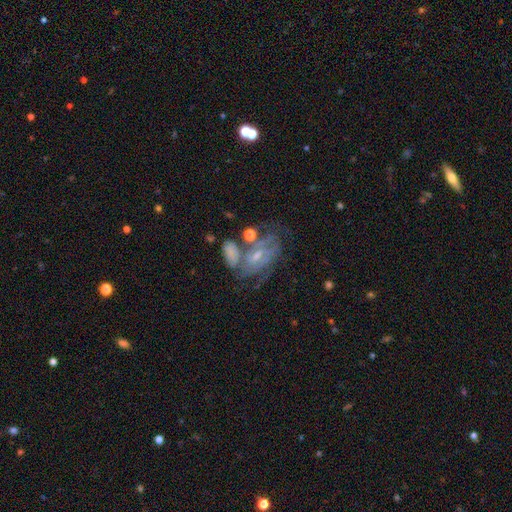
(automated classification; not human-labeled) Morphology: type=featured or disk (71%); edge-on=no (95%); bar=no (47%); spiral arms=yes (80%); winding=tight (51%); arm count=can't tell (45%); bulge=small (66%); merging=none (41%).